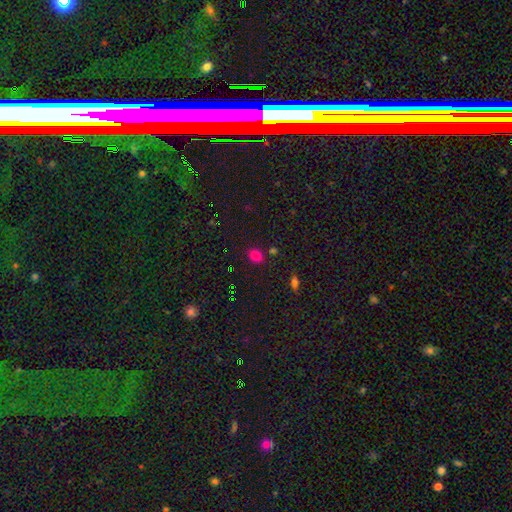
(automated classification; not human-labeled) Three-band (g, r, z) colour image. It shows a smooth galaxy with no disk features (73%) that is round (53%). Merging: none (81%).